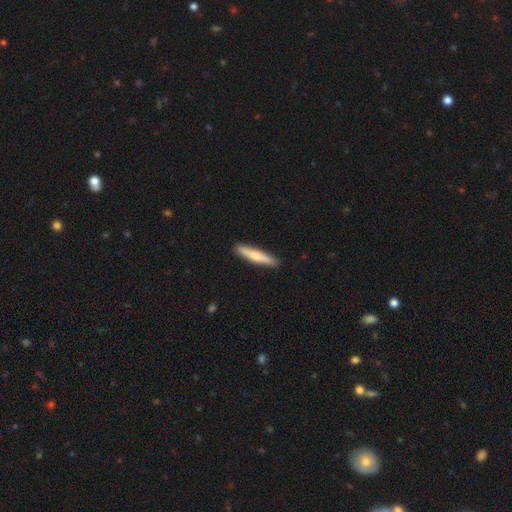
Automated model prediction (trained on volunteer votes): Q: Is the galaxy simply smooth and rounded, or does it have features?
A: smooth — 68%.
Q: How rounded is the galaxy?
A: cigar-shaped — 90%.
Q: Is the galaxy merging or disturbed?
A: none — 90%.